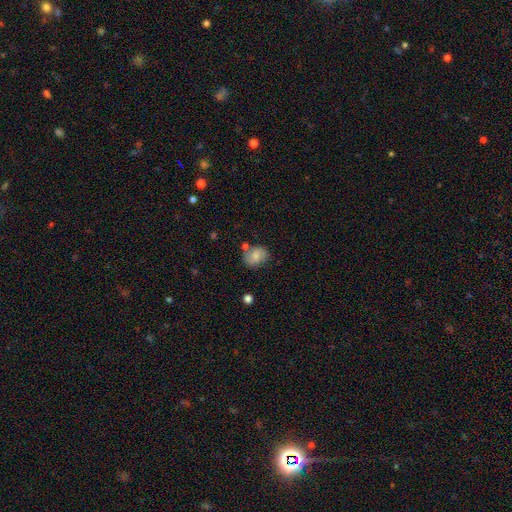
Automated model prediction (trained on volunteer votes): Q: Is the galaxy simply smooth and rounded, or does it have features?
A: smooth — 69%.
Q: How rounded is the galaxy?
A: round — 51%.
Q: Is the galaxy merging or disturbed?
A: none — 62%.